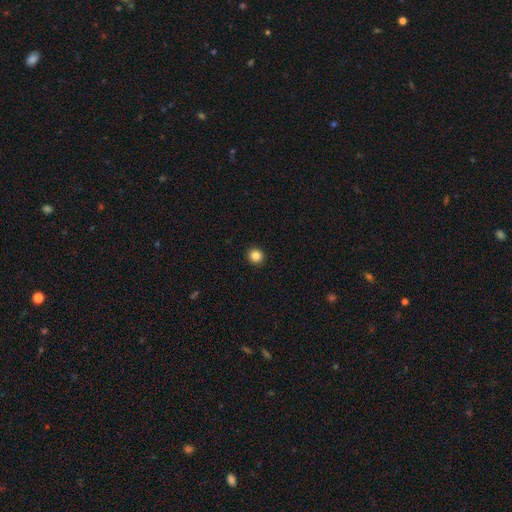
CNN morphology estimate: This is clearly a smooth galaxy (84%). How rounded: clearly round (92%). Merging: clearly none (94%).